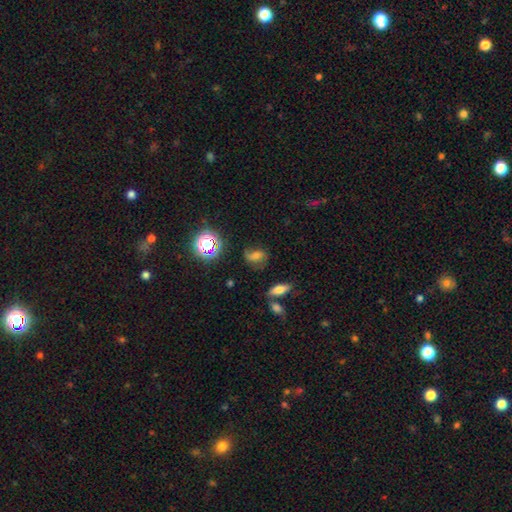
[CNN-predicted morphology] smooth_or_featured: smooth (p=0.41) [alt: featured or disk p=0.37]
merging: none (p=0.54) [alt: minor disturbance p=0.24]